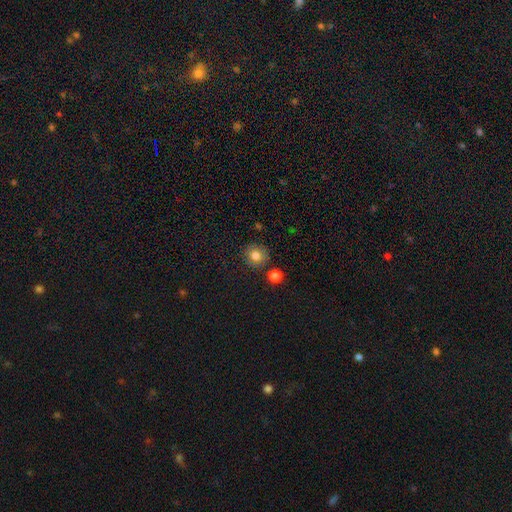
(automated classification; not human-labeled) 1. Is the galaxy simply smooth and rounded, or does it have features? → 82% smooth, 10% star or artifact, 8% featured or disk.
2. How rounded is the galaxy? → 87% round, 12% in between, 1% cigar-shaped.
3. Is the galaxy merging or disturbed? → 82% none, 10% minor disturbance, 5% merger, 3% major disturbance.